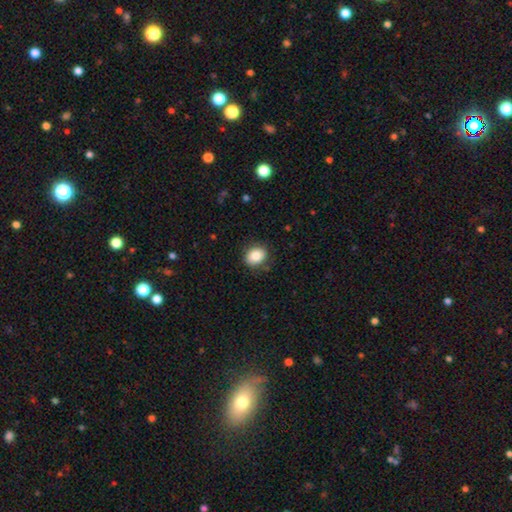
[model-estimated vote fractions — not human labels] Morphology: type=smooth (83%); roundness=round (63%); merging=none (86%).